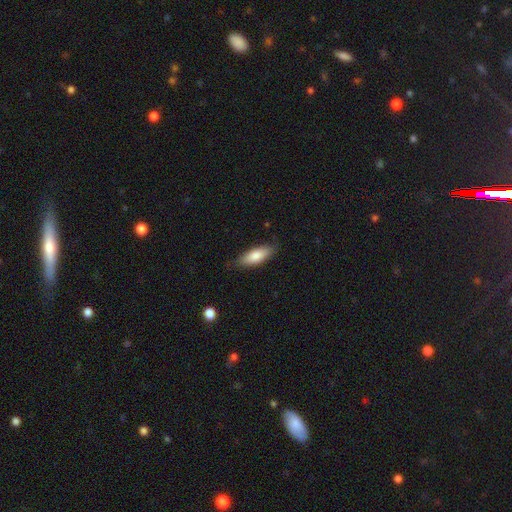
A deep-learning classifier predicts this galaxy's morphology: A smooth galaxy with no disk features (79%) that is in between round and cigar-shaped (65%).

Vote fractions:
- Smooth or featured? smooth: 79% / featured or disk: 15% / star or artifact: 6%
- How rounded? in between: 65% / cigar-shaped: 33% / round: 2%
- Merging? none: 81% / minor disturbance: 15% / major disturbance: 3% / merger: 1%